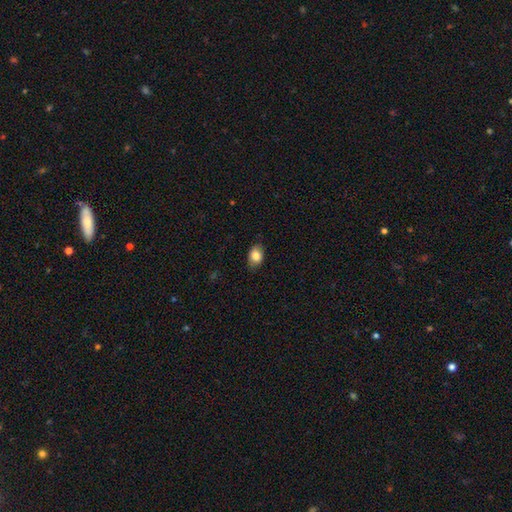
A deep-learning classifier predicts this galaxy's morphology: smooth_or_featured: smooth (p=0.84) [alt: featured or disk p=0.09]
how_rounded: in between (p=0.82) [alt: round p=0.17]
merging: none (p=0.81) [alt: minor disturbance p=0.15]